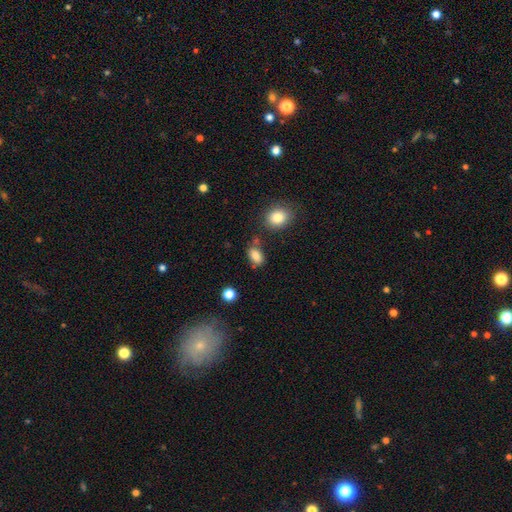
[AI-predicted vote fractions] A smooth galaxy with no disk features (82%) that is in between round and cigar-shaped (87%).

Vote fractions:
- Smooth or featured? smooth: 82% / star or artifact: 10% / featured or disk: 8%
- How rounded? in between: 87% / round: 10% / cigar-shaped: 3%
- Merging? none: 67% / minor disturbance: 18% / merger: 11% / major disturbance: 5%